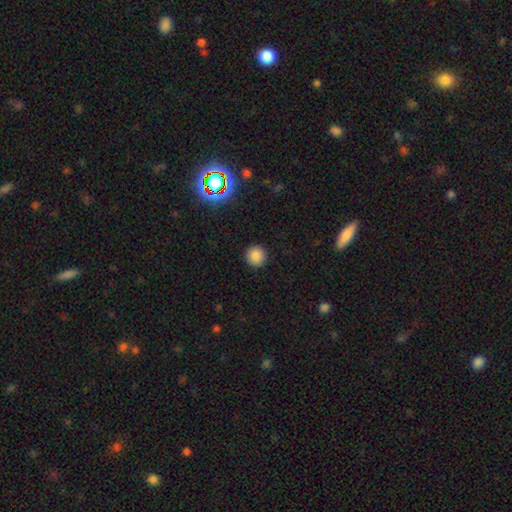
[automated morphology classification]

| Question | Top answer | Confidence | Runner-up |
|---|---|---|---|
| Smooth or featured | smooth | 83% | star or artifact (12%) |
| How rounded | round | 95% | in between (4%) |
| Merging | none | 93% | minor disturbance (5%) |